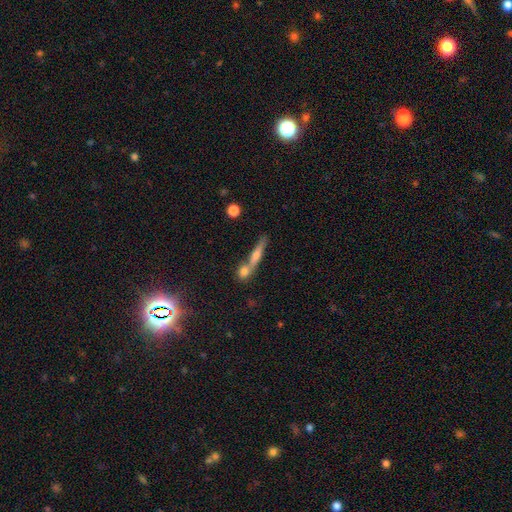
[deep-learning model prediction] Smooth or featured: smooth — 44% (tied with featured or disk — 44%)
Merging: none — 55% (merger — 32%)